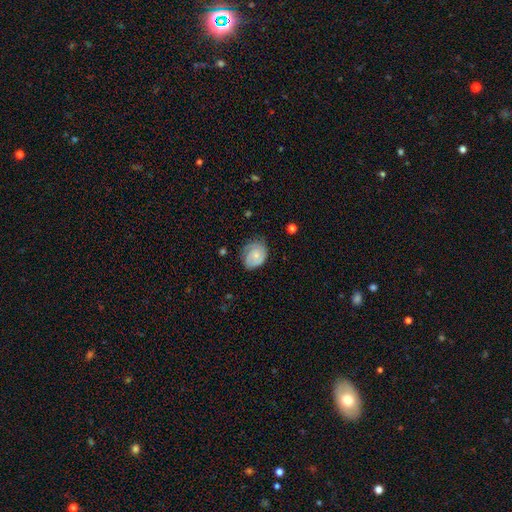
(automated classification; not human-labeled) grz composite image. It shows a featured or disk galaxy (50%). Merging: none (60%).